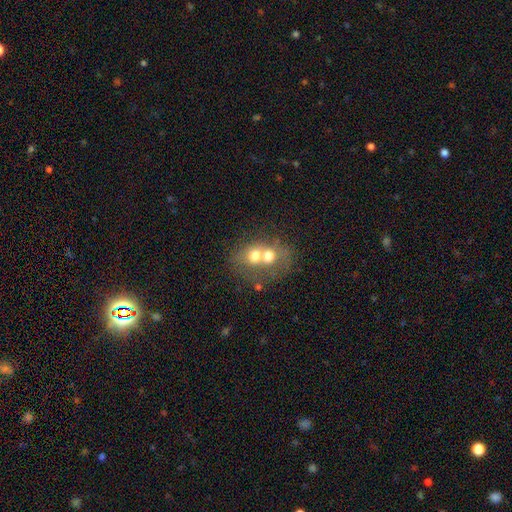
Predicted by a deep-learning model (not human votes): smooth_or_featured: smooth (p=0.62) [alt: featured or disk p=0.27]
how_rounded: round (p=0.64) [alt: in between p=0.35]
merging: merger (p=0.70) [alt: none p=0.21]